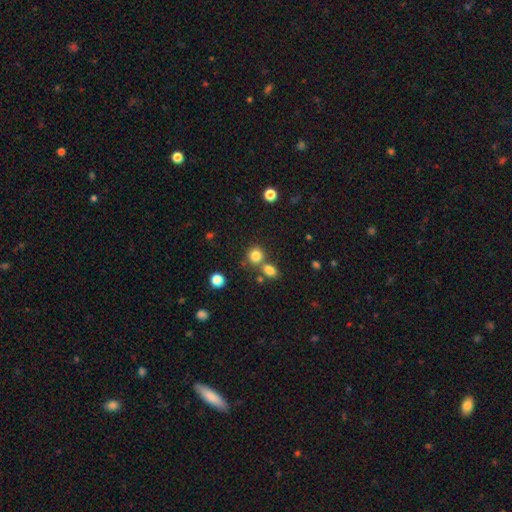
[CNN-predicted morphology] smooth_or_featured: smooth (p=0.82) [alt: star or artifact p=0.12]
how_rounded: round (p=0.83) [alt: in between p=0.16]
merging: none (p=0.60) [alt: merger p=0.28]